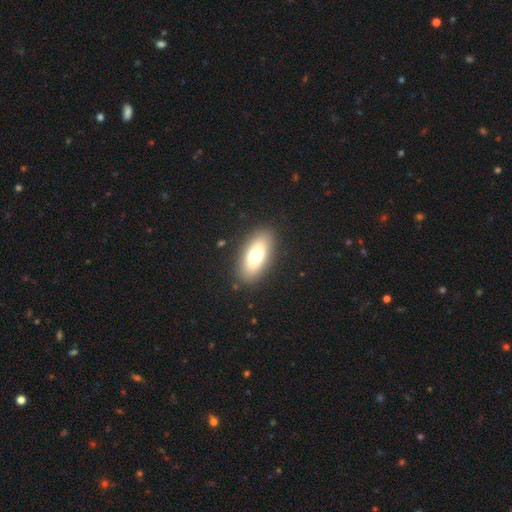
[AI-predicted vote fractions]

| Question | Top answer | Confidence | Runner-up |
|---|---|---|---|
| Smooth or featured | smooth | 69% | featured or disk (23%) |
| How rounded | in between | 85% | cigar-shaped (11%) |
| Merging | none | 87% | minor disturbance (8%) |